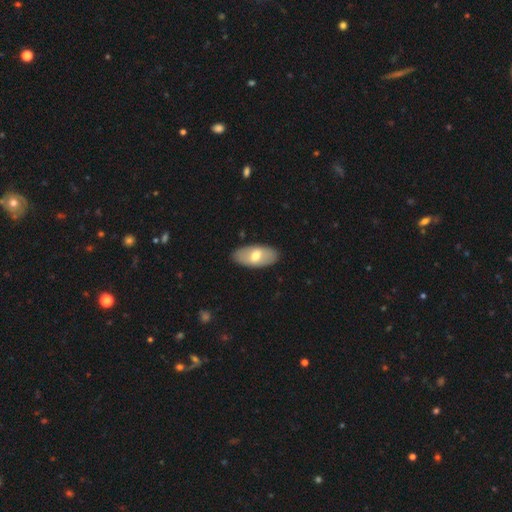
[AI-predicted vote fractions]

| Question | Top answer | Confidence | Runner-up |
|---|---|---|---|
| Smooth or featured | smooth | 63% | featured or disk (32%) |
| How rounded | in between | 93% | cigar-shaped (5%) |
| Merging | none | 87% | minor disturbance (9%) |